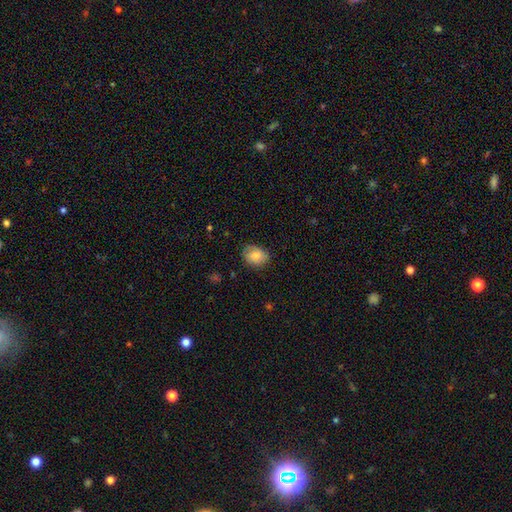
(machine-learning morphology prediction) This appears to be a smooth galaxy with no disk features (79%) that is in between round and cigar-shaped (59%). Merging: none (74%).